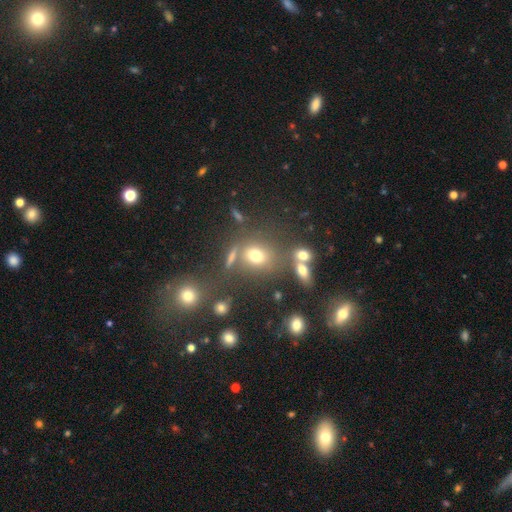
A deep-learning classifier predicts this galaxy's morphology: type=smooth (67%); roundness=round (55%); merging=none (62%).